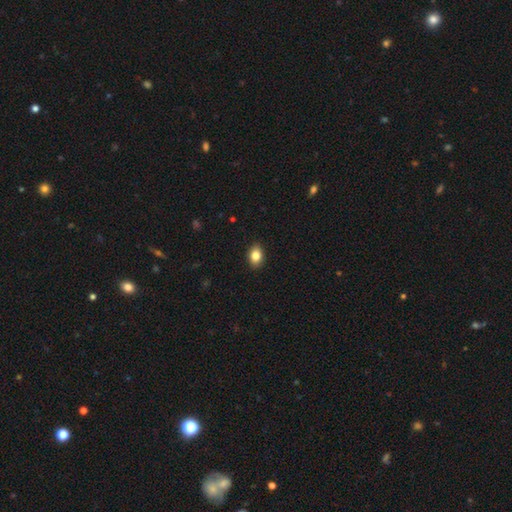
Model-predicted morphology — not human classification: This appears to be a smooth galaxy with no disk features (84%) that is in between round and cigar-shaped (78%). Merging: none (90%).